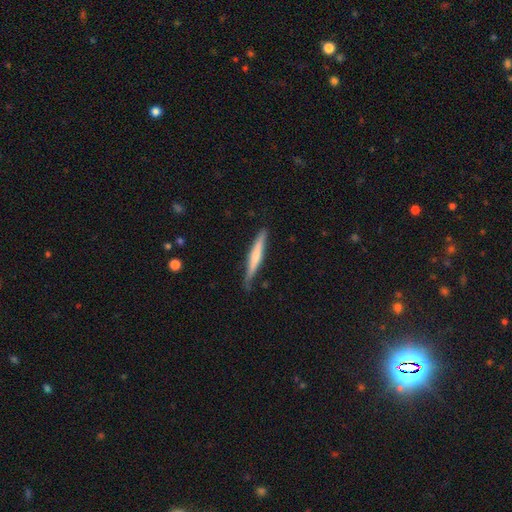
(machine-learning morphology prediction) Smooth or featured?
  - smooth: 51% *
  - featured or disk: 43%
  - star or artifact: 5%
How rounded?
  - cigar-shaped: 95% *
  - in between: 4%
  - round: 1%
Merging?
  - none: 79% *
  - minor disturbance: 17%
  - major disturbance: 3%
  - merger: 2%